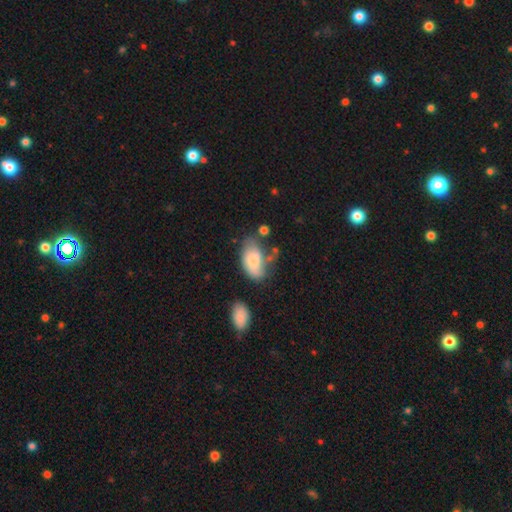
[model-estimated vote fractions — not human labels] This appears to be a smooth galaxy with no disk features (69%) that is in between round and cigar-shaped (93%). Merging: none (41%).